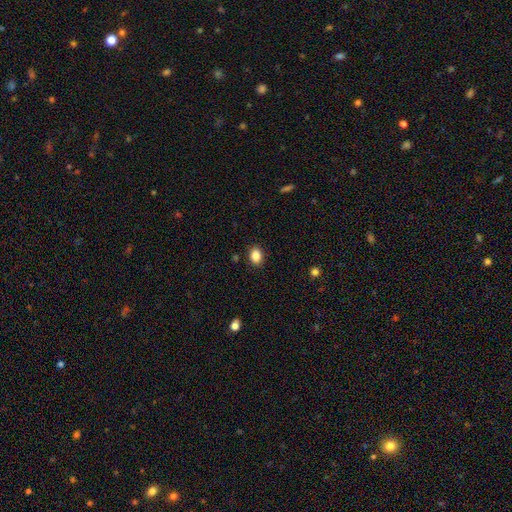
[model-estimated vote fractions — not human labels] The model was most divided on "how rounded": in between: 63%, round: 36%, cigar-shaped: 1%. More confident: merging — none (89%); smooth or featured — smooth (86%).